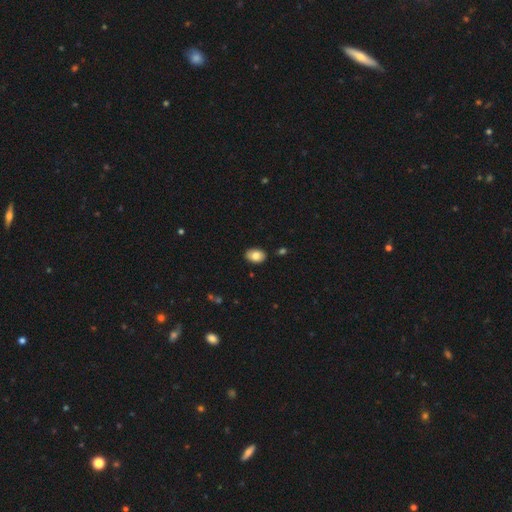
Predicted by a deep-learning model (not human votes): This appears to be a smooth galaxy with no disk features (83%) that is in between round and cigar-shaped (84%). Merging: none (87%).